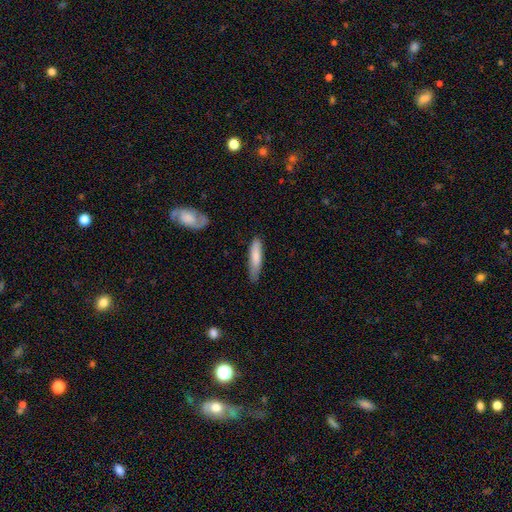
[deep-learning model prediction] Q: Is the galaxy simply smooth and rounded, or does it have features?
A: smooth — 79%.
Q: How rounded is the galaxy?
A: cigar-shaped — 80%.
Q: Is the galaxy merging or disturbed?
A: none — 72%.